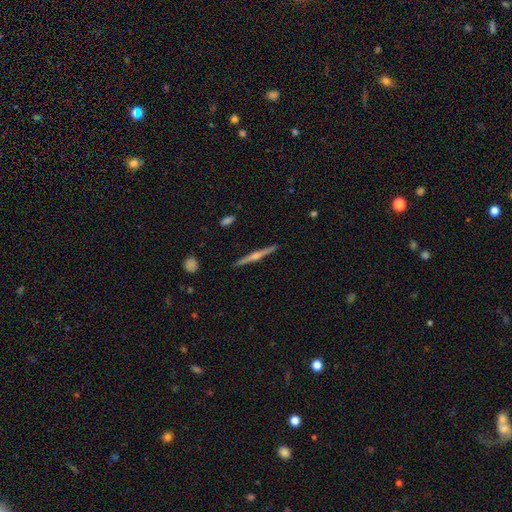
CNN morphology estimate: Q: Smooth or featured?
A: featured or disk (78%); runner-up: smooth (15%)
Q: Edge-on disk?
A: yes (98%); runner-up: no (2%)
Q: Edge-on bulge?
A: rounded (86%); runner-up: none (8%)
Q: Merging?
A: none (91%); runner-up: minor disturbance (6%)